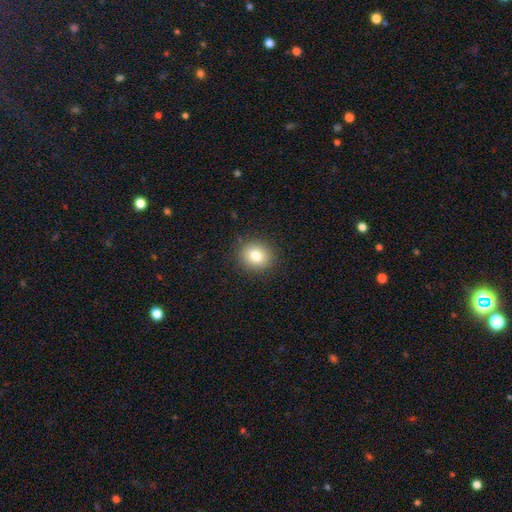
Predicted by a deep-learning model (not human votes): smooth 80%, star or artifact 11%, featured or disk 9%. Down the decision tree: how rounded — round (78%); merging — none (89%).